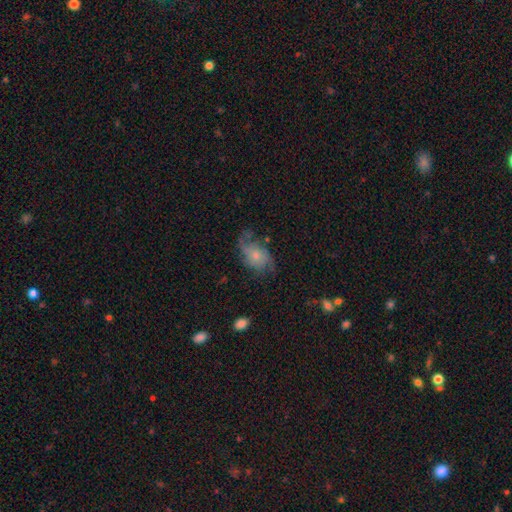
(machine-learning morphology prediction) smooth_or_featured: featured or disk (p=0.49) [alt: smooth p=0.42]
merging: none (p=0.48) [alt: minor disturbance p=0.28]